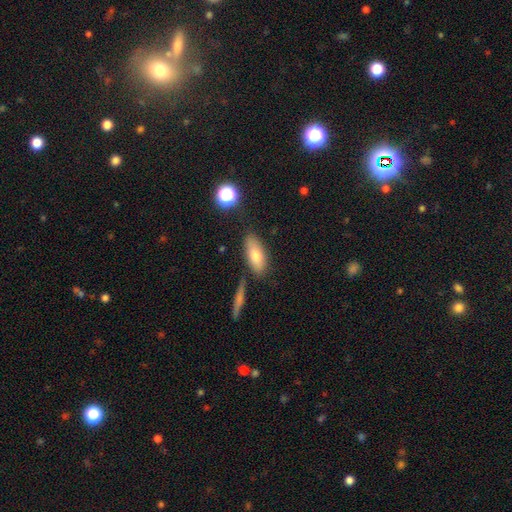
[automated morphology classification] Q: Smooth or featured?
A: smooth (75%); runner-up: featured or disk (17%)
Q: How rounded?
A: in between (82%); runner-up: cigar-shaped (14%)
Q: Merging?
A: none (76%); runner-up: minor disturbance (14%)